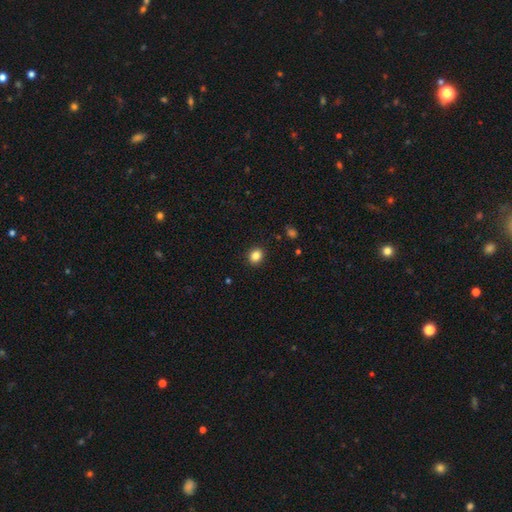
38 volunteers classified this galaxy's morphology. type=smooth (92%); roundness=round (74%); merging=none (86%).